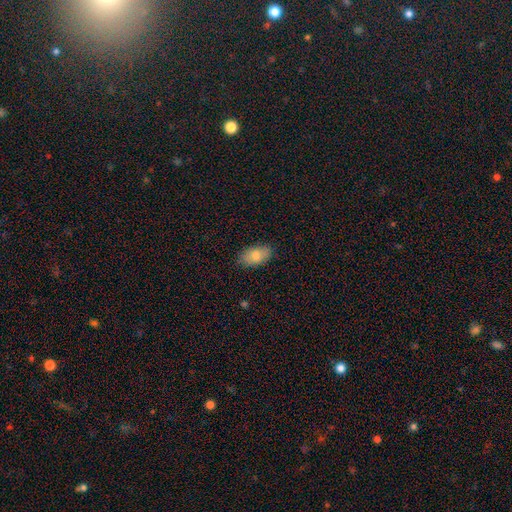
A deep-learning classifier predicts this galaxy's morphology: Overall: smooth (80%). How rounded: in between (92%). Merging: none (84%).